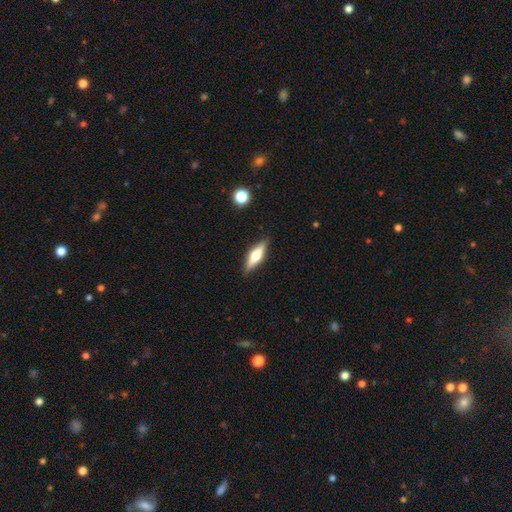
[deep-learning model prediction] Smooth or featured?
  - featured or disk: 53% *
  - smooth: 41%
  - star or artifact: 6%
Edge-on disk?
  - yes: 92% *
  - no: 8%
Merging?
  - none: 87% *
  - minor disturbance: 9%
  - major disturbance: 2%
  - merger: 1%